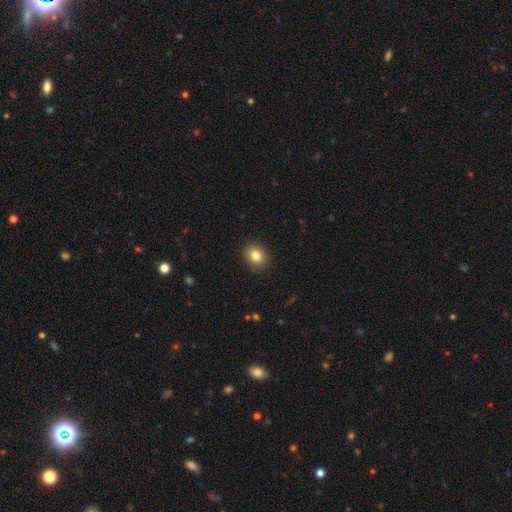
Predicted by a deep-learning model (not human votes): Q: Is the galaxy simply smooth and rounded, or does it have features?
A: smooth — 84%.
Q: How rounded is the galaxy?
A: round — 64%.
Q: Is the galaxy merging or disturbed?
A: none — 89%.